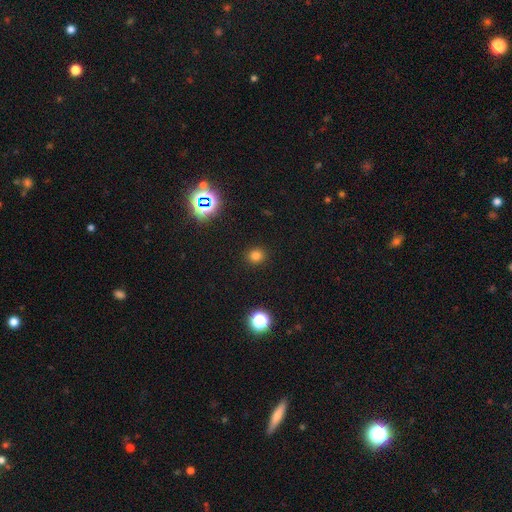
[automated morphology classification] The model was most divided on "smooth or featured": smooth: 77%, star or artifact: 19%, featured or disk: 5%. More confident: merging — none (90%); how rounded — round (84%).